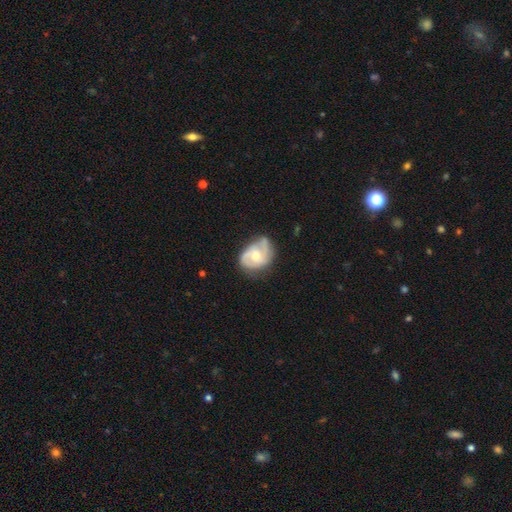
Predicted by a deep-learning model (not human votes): This is likely a featured or disk galaxy (72%). It is clearly not viewed edge-on (97%). Bar: likely no (61%). Spiral arm pattern: clearly yes (87%). Spiral arm count: likely 2 (67%). Spiral winding: marginally medium (44%). Central bulge: likely moderate (63%). Merging: possibly none (52%).